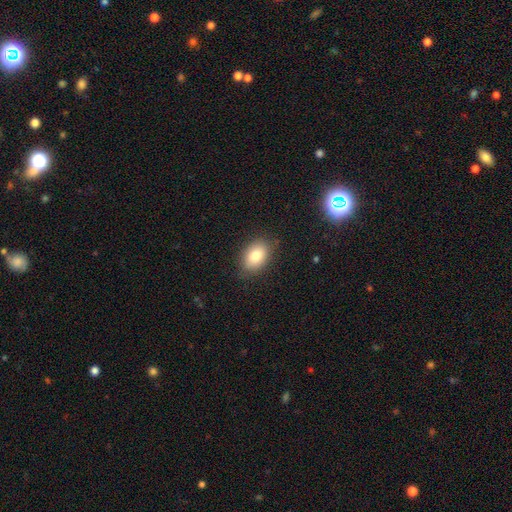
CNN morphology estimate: Smooth or featured?
  - smooth: 80% *
  - featured or disk: 11%
  - star or artifact: 8%
How rounded?
  - in between: 84% *
  - round: 14%
  - cigar-shaped: 1%
Merging?
  - none: 84% *
  - minor disturbance: 12%
  - major disturbance: 3%
  - merger: 1%